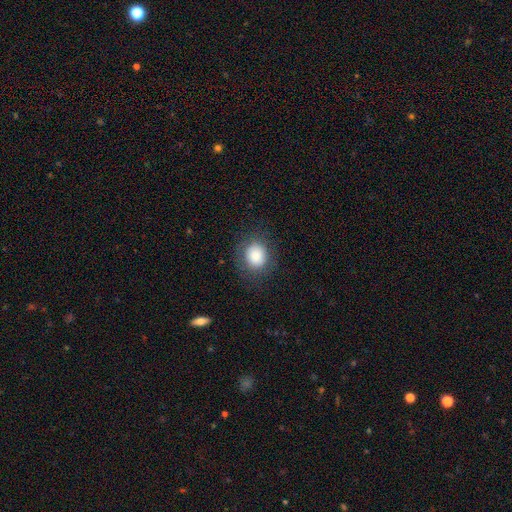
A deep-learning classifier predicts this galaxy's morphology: Overall: smooth (85%). How rounded: round (73%). Merging: none (82%).